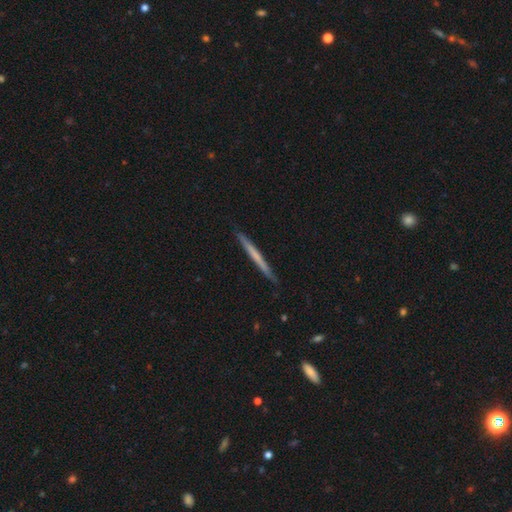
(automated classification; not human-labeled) Smooth or featured? smooth (49%)
Merging? none (92%)